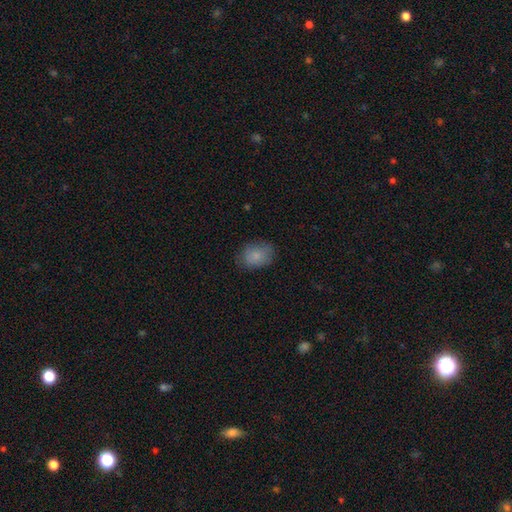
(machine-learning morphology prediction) Q: Smooth or featured?
A: smooth (84%); runner-up: featured or disk (9%)
Q: How rounded?
A: in between (66%); runner-up: round (33%)
Q: Merging?
A: none (75%); runner-up: minor disturbance (19%)